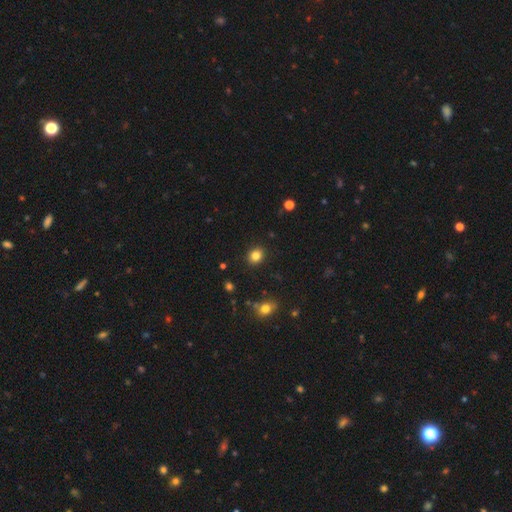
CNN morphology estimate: This appears to be a smooth galaxy with no disk features (83%) that is round (70%). Merging: none (90%).